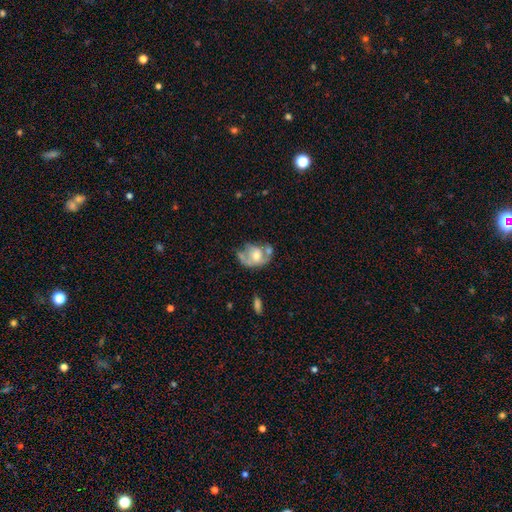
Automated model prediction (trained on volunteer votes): Morphology: type=featured or disk (55%); edge-on=no (97%); bar=no (76%); spiral arms=no (56%); bulge=moderate (52%); merging=none (27%).